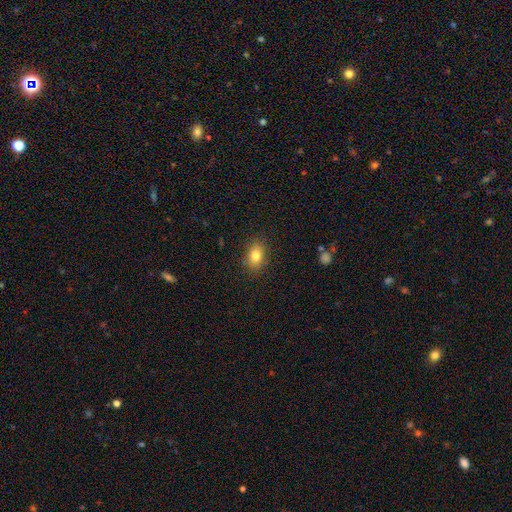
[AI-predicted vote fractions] A smooth galaxy with no disk features (81%) that is in between round and cigar-shaped (77%).

Vote fractions:
- Smooth or featured? smooth: 81% / star or artifact: 10% / featured or disk: 9%
- How rounded? in between: 77% / round: 21% / cigar-shaped: 2%
- Merging? none: 86% / minor disturbance: 10% / major disturbance: 3% / merger: 1%